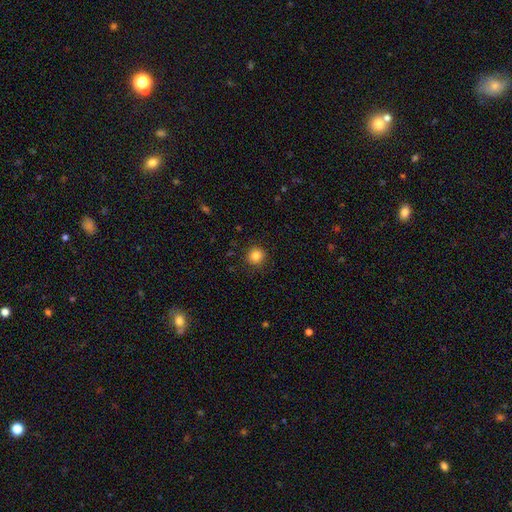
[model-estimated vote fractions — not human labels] Smooth or featured? smooth (84%)
How rounded? round (94%)
Merging? none (90%)